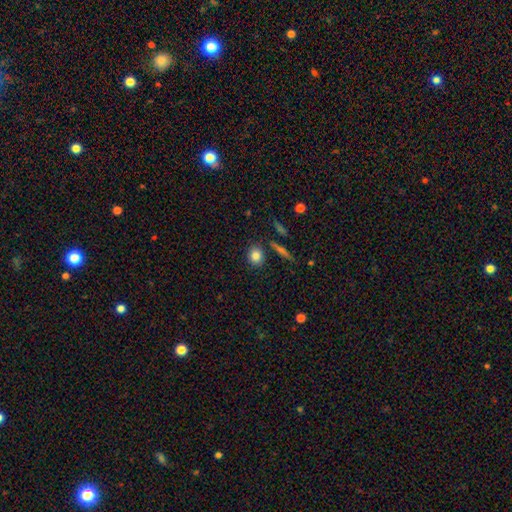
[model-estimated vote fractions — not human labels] Smooth or featured?
  - smooth: 83% *
  - star or artifact: 9%
  - featured or disk: 7%
How rounded?
  - round: 69% *
  - in between: 29%
  - cigar-shaped: 2%
Merging?
  - none: 83% *
  - minor disturbance: 9%
  - merger: 5%
  - major disturbance: 3%